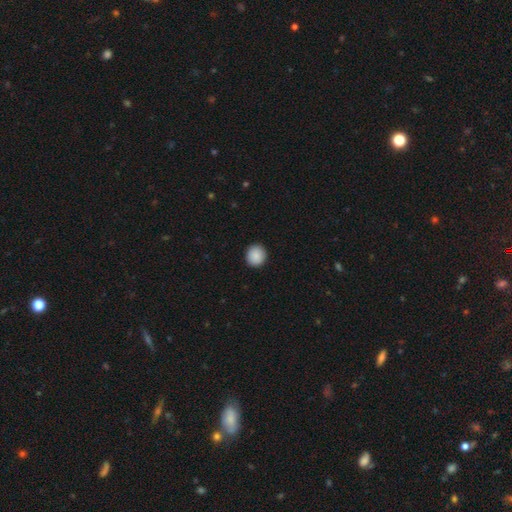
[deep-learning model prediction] Smooth or featured?
  - smooth: 89% *
  - star or artifact: 8%
  - featured or disk: 3%
How rounded?
  - round: 91% *
  - in between: 8%
  - cigar-shaped: 1%
Merging?
  - none: 93% *
  - minor disturbance: 5%
  - major disturbance: 2%
  - merger: 1%